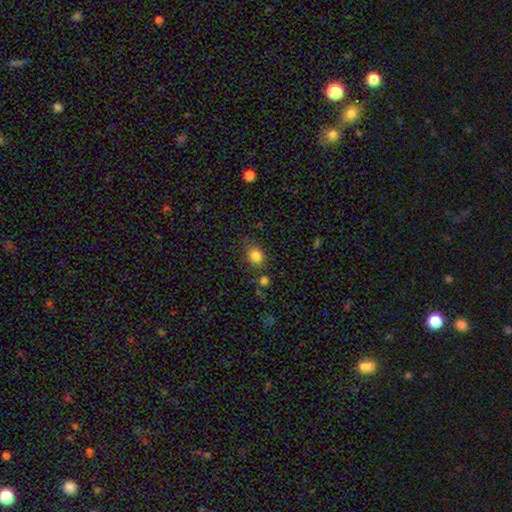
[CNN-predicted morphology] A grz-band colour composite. It shows a smooth galaxy with no disk features (83%) that is in between round and cigar-shaped (56%). Merging: none (70%).